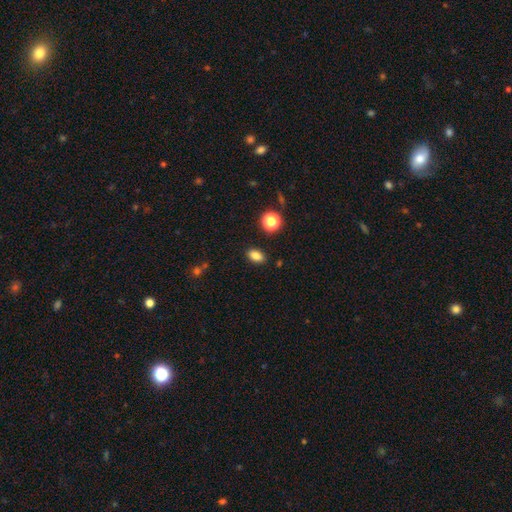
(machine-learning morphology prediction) The model was most divided on "how rounded": in between: 83%, round: 14%, cigar-shaped: 3%. More confident: merging — none (87%); smooth or featured — smooth (83%).